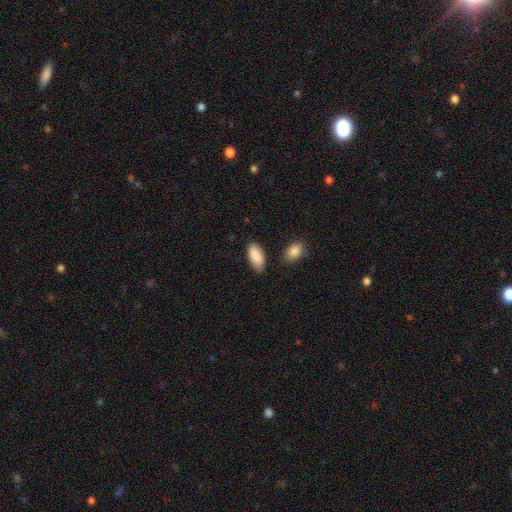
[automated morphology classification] Smooth or featured? smooth (89%)
How rounded? in between (92%)
Merging? none (73%)